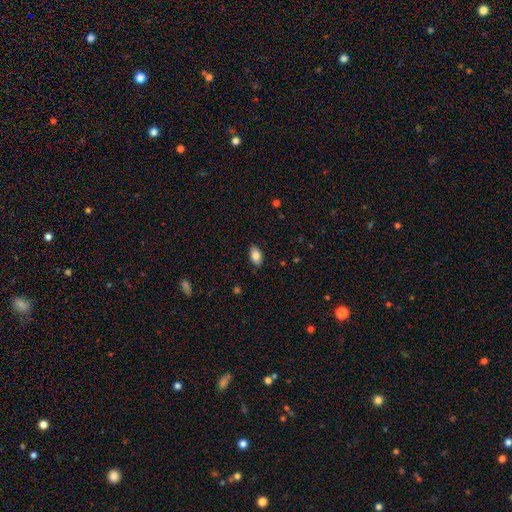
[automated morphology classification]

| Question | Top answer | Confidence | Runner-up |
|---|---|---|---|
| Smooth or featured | smooth | 82% | featured or disk (10%) |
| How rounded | in between | 92% | round (6%) |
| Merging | none | 88% | minor disturbance (9%) |